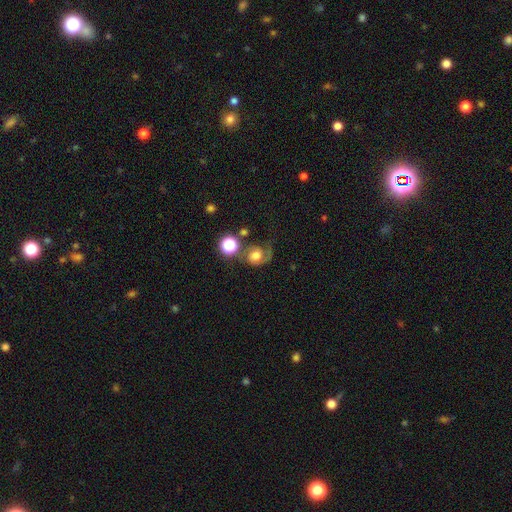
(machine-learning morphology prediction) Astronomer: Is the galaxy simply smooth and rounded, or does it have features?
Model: smooth — 46% (runner-up: featured or disk, 43%).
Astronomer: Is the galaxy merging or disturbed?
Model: none — 37% (runner-up: major disturbance, 31%).